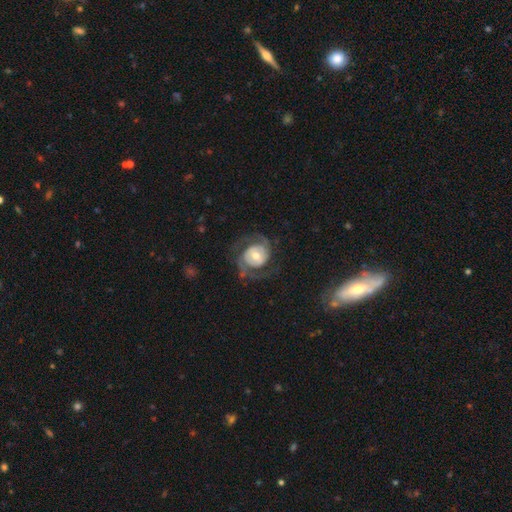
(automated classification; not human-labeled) A featured or disk galaxy (82%) with no bar (58%), 2 (83%) medium (44%) spiral arms (92%) and a moderate central bulge (65%).

Vote fractions:
- Smooth or featured? featured or disk: 82% / smooth: 13% / star or artifact: 5%
- Edge-on disk? no: 98% / yes: 2%
- Bar? no: 58% / weak: 31% / strong: 10%
- Spiral arms? yes: 92% / no: 8%
- Spiral winding? medium: 44% / tight: 35% / loose: 21%
- Spiral arm count? 2: 83% / can't tell: 6% / 3: 5% / 1: 3% / 4: 2% / more than 4: 2%
- Bulge size? moderate: 65% / small: 22% / large: 10% / dominant: 1% / none: 1%
- Merging? none: 65% / major disturbance: 18% / minor disturbance: 15% / merger: 2%